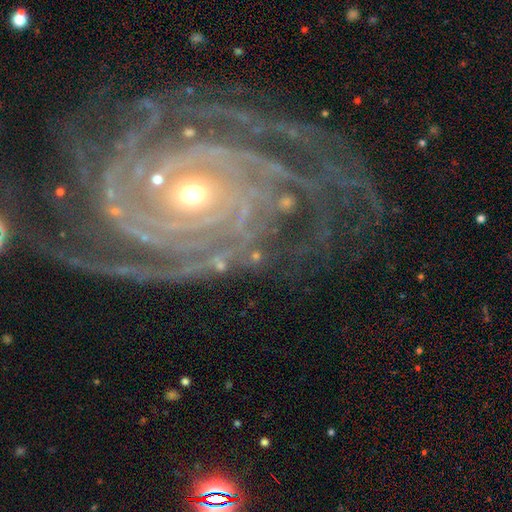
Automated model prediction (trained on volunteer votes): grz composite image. It shows a featured or disk galaxy (84%) with no bar (68%), can't tell (20%, tied with more than 4) tight (77%) spiral arms (96%) and a small central bulge (47%). Merging: none (70%).